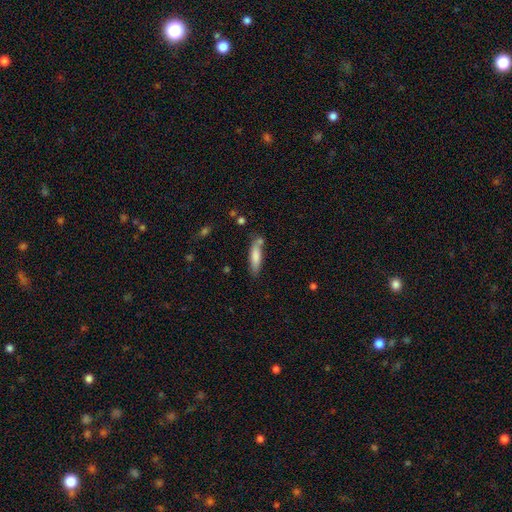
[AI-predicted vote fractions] The model was most divided on "how rounded": cigar-shaped: 72%, in between: 26%, round: 2%. More confident: smooth or featured — smooth (78%); merging — none (68%).